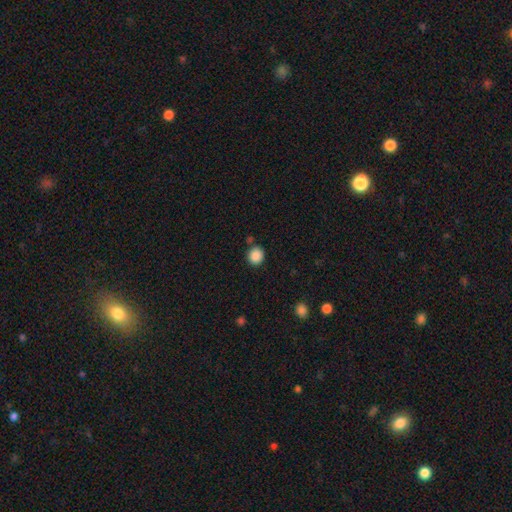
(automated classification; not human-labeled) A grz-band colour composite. It shows a smooth galaxy with no disk features (88%) that is round (81%). Merging: none (82%).